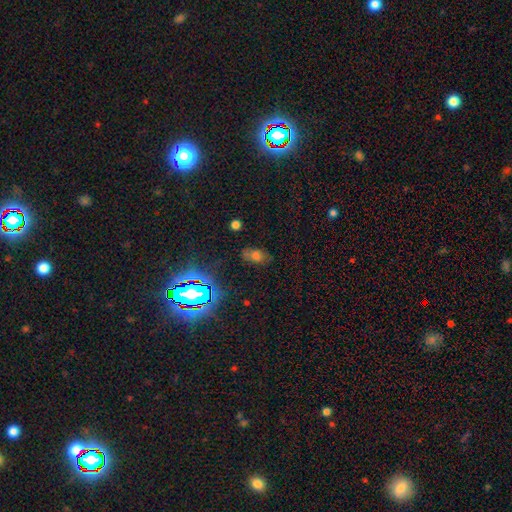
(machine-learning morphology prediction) Q: Smooth or featured?
A: smooth (46%); runner-up: star or artifact (38%)
Q: Merging?
A: none (71%); runner-up: minor disturbance (18%)